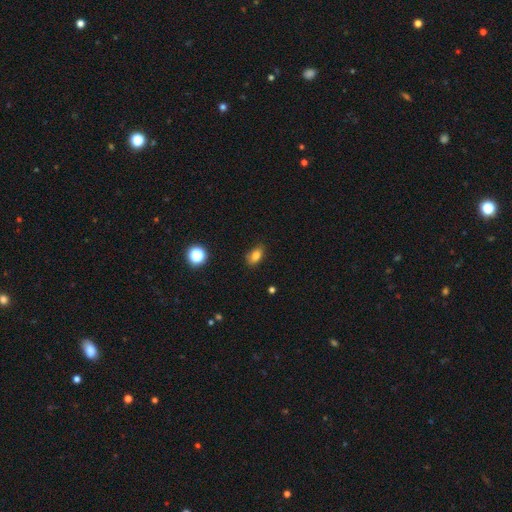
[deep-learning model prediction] The model was most divided on "merging": none: 79%, minor disturbance: 17%, major disturbance: 3%, merger: 2%. More confident: how rounded — in between (84%); smooth or featured — smooth (79%).